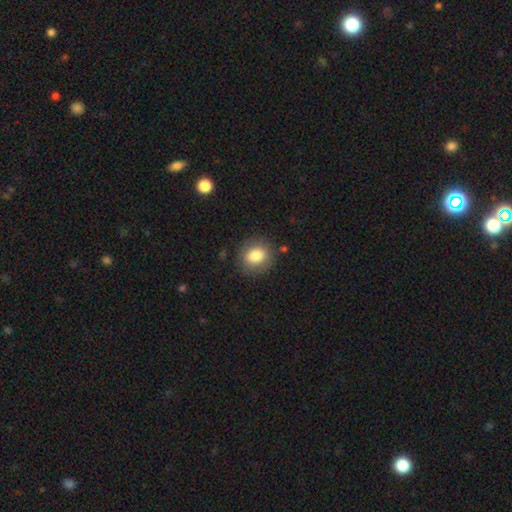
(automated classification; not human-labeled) smooth 81%, featured or disk 10%, star or artifact 9%. Down the decision tree: how rounded — round (73%); merging — none (84%).